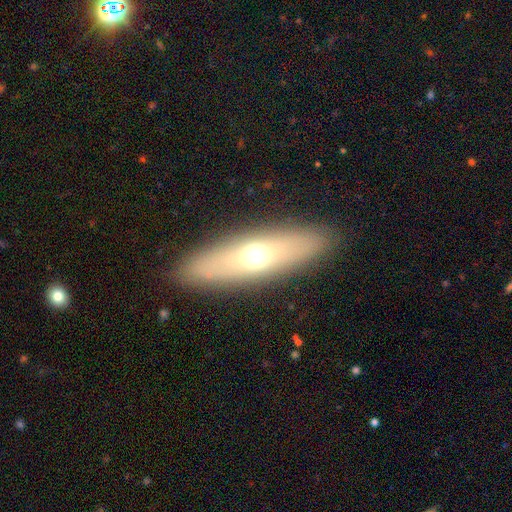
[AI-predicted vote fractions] Morphology: type=smooth (53%); roundness=cigar-shaped (55%); merging=none (88%).